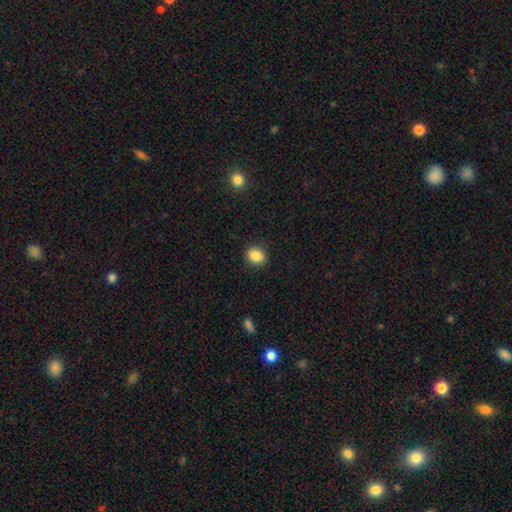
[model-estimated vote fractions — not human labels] This is clearly a smooth galaxy (86%). How rounded: likely round (64%). Merging: clearly none (90%).